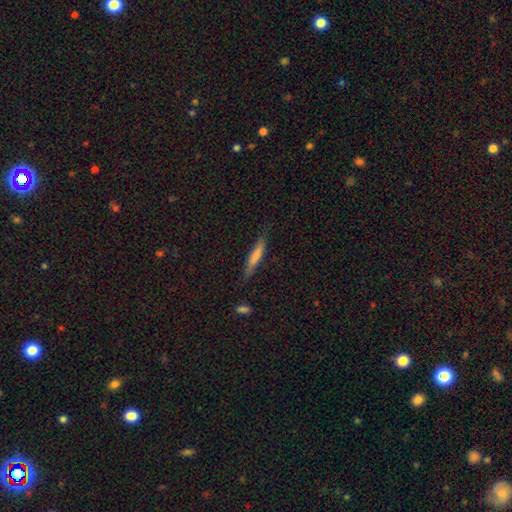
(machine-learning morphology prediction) A smooth galaxy with no disk features (68%) that is cigar-shaped (88%).

Vote fractions:
- Smooth or featured? smooth: 68% / featured or disk: 26% / star or artifact: 6%
- How rounded? cigar-shaped: 88% / in between: 10% / round: 1%
- Merging? none: 78% / minor disturbance: 16% / major disturbance: 3% / merger: 2%